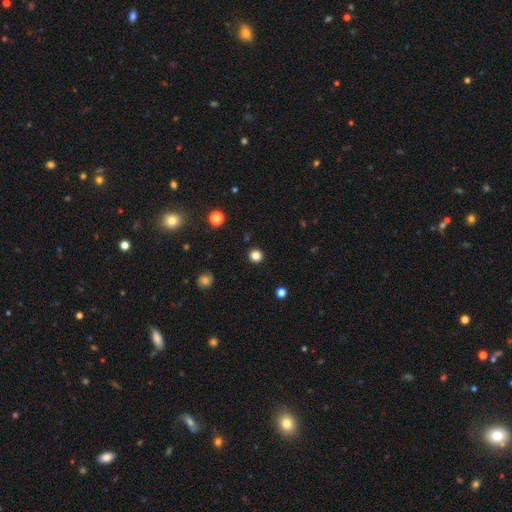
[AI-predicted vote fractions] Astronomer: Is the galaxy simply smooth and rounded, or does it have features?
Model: smooth — 83%.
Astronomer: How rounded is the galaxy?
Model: round — 94%.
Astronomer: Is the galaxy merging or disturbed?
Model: none — 92%.